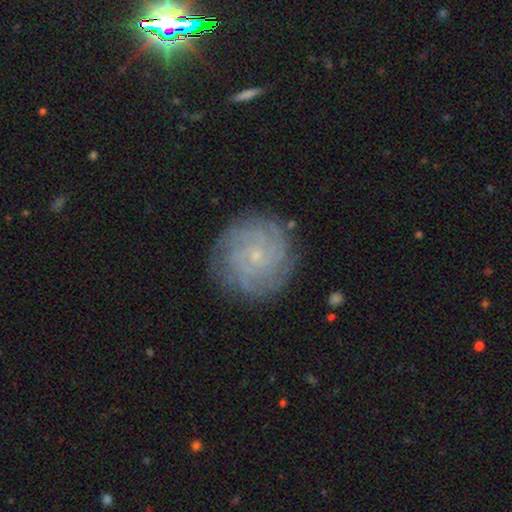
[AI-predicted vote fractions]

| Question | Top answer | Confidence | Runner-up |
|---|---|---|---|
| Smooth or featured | featured or disk | 75% | smooth (16%) |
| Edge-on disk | no | 98% | yes (2%) |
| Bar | no | 79% | weak (17%) |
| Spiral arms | yes | 95% | no (5%) |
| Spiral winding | tight | 80% | medium (16%) |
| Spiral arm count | can't tell | 36% | 4 (19%) |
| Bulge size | small | 85% | moderate (10%) |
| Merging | none | 84% | minor disturbance (11%) |